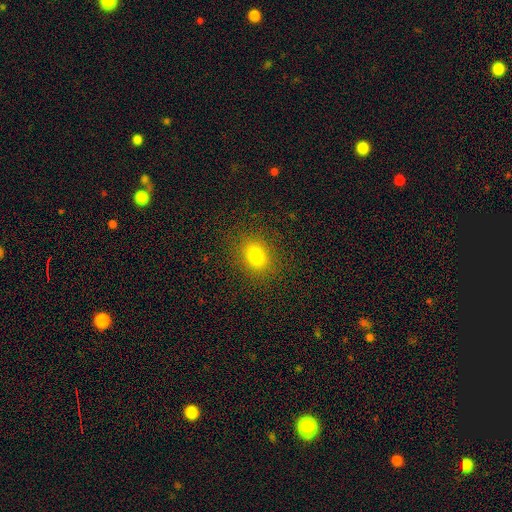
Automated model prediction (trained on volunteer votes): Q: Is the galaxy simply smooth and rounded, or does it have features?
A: smooth — 78%.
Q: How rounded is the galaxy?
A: in between — 52%.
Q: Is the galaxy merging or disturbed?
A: none — 87%.